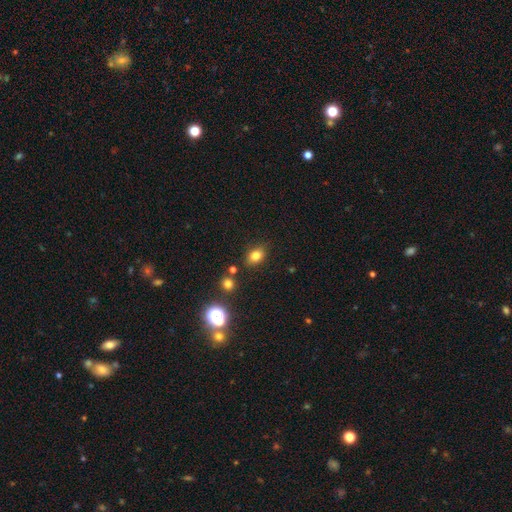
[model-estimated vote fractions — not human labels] A smooth galaxy with no disk features (78%) that is in between round and cigar-shaped (68%).

Vote fractions:
- Smooth or featured? smooth: 78% / star or artifact: 14% / featured or disk: 8%
- How rounded? in between: 68% / round: 30% / cigar-shaped: 2%
- Merging? none: 81% / minor disturbance: 12% / merger: 4% / major disturbance: 3%